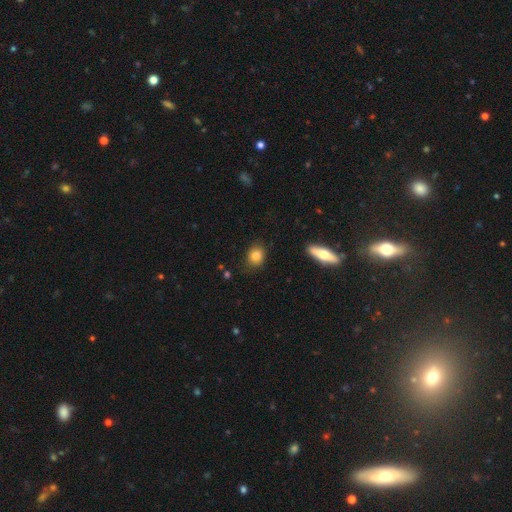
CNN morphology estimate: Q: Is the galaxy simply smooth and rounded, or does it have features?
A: smooth — 84%.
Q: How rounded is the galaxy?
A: in between — 49%, tied with round.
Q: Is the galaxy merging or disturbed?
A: none — 80%.